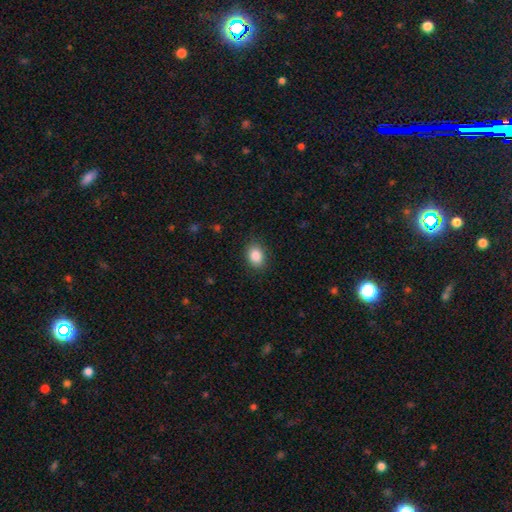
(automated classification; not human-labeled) Smooth or featured? Predicted: smooth (p=0.87). How rounded? Predicted: in between (p=0.70). Merging? Predicted: none (p=0.86).